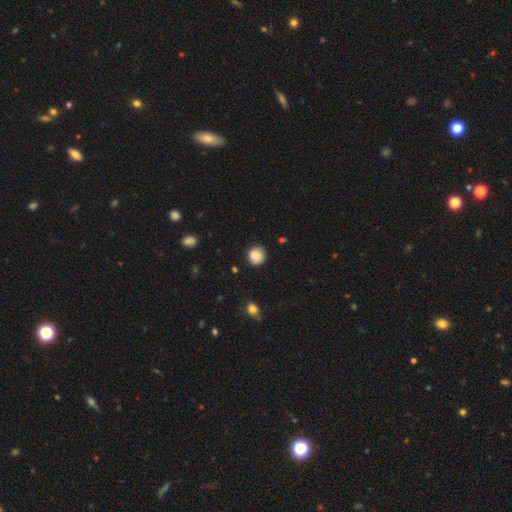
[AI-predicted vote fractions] This is clearly a smooth galaxy (88%). How rounded: clearly round (92%). Merging: clearly none (86%).